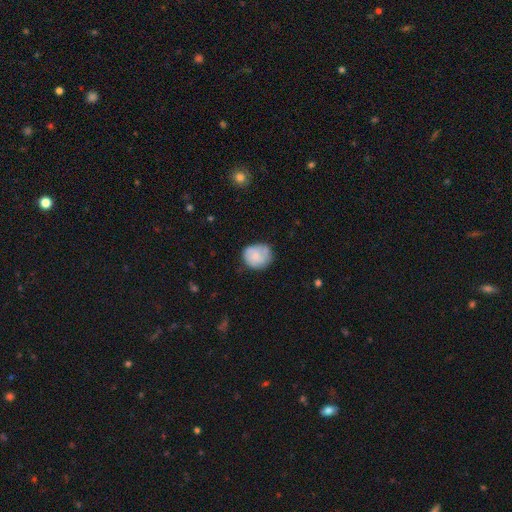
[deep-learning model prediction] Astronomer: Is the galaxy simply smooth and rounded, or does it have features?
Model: smooth — 70%.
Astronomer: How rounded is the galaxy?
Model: round — 74%.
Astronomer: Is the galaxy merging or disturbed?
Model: none — 65%.